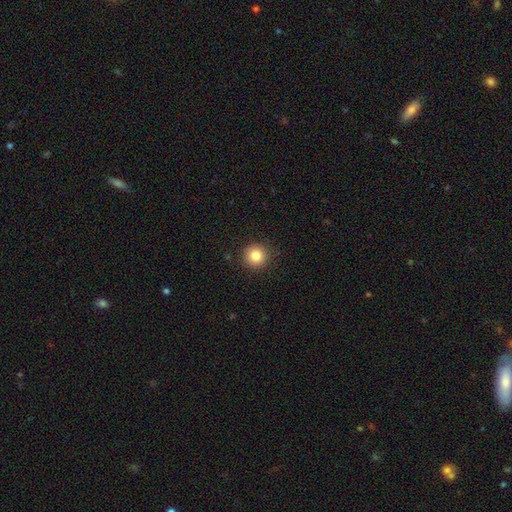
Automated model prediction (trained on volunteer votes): Smooth or featured?
  - smooth: 84% *
  - star or artifact: 11%
  - featured or disk: 5%
How rounded?
  - round: 94% *
  - in between: 5%
  - cigar-shaped: 1%
Merging?
  - none: 89% *
  - minor disturbance: 7%
  - major disturbance: 2%
  - merger: 1%